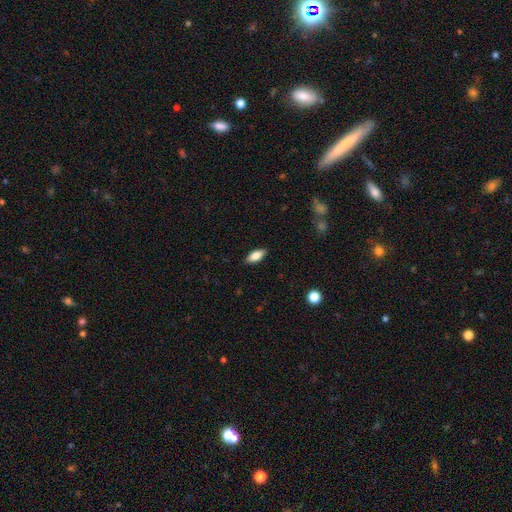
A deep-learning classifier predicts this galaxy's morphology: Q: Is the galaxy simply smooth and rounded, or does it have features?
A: smooth — 82%.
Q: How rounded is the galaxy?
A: in between — 84%.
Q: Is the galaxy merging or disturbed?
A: none — 87%.